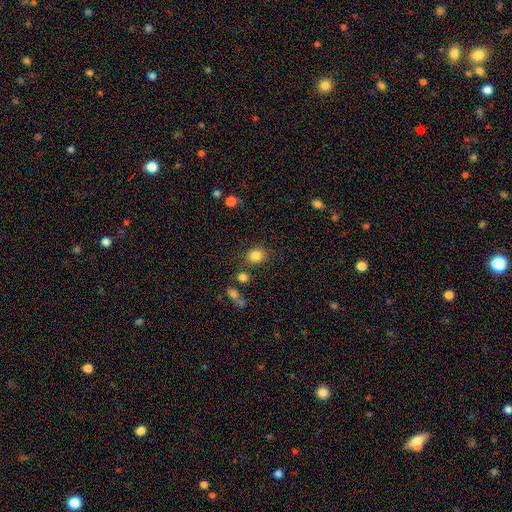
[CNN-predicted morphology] Smooth or featured? Predicted: smooth (p=0.84). How rounded? Predicted: round (p=0.57). Merging? Predicted: none (p=0.76).